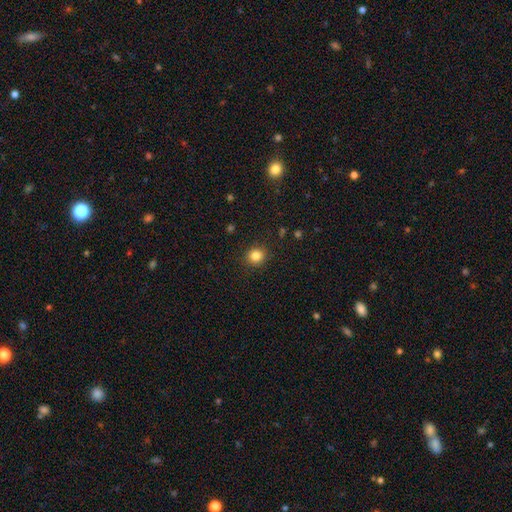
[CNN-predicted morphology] The model was most divided on "smooth or featured": smooth: 84%, star or artifact: 11%, featured or disk: 5%. More confident: merging — none (89%); how rounded — round (88%).